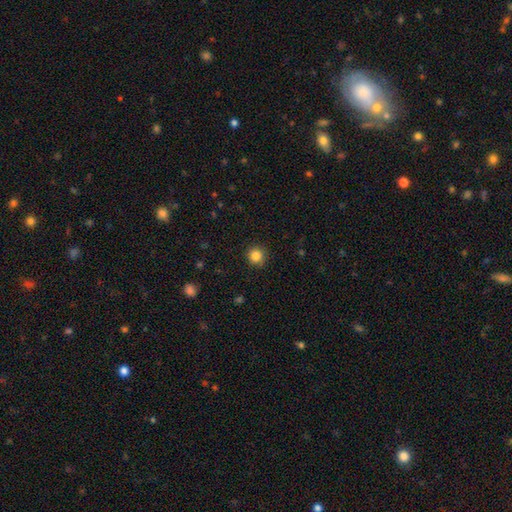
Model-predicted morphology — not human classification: This appears to be a smooth galaxy with no disk features (85%) that is round (94%). Merging: none (90%).